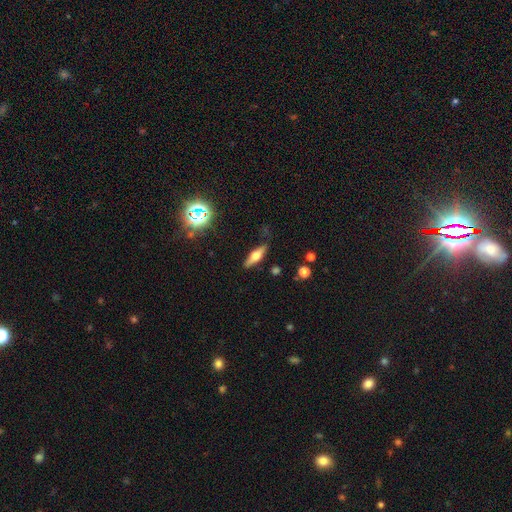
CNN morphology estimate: Smooth or featured?
  - featured or disk: 50% *
  - smooth: 41%
  - star or artifact: 10%
Merging?
  - none: 84% *
  - minor disturbance: 11%
  - major disturbance: 3%
  - merger: 2%